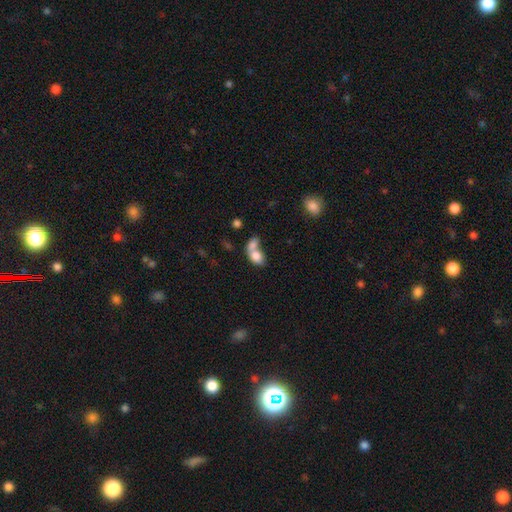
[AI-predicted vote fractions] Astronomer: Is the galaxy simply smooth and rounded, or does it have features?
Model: smooth — 79%.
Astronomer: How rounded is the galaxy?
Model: in between — 79%.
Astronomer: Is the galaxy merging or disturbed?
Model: merger — 68%.